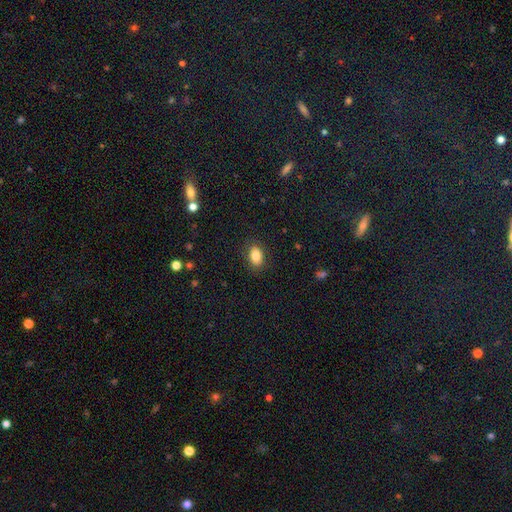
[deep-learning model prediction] Smooth or featured: smooth — 83% (star or artifact — 9%)
How rounded: in between — 84% (round — 14%)
Merging: none — 86% (minor disturbance — 10%)